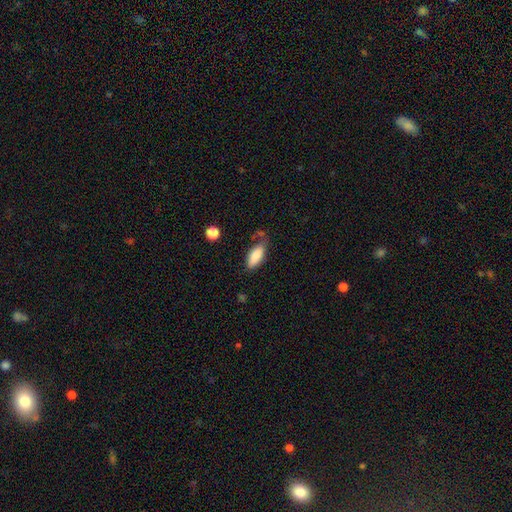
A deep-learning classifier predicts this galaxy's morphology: Smooth or featured? smooth (84%)
How rounded? in between (82%)
Merging? none (60%)